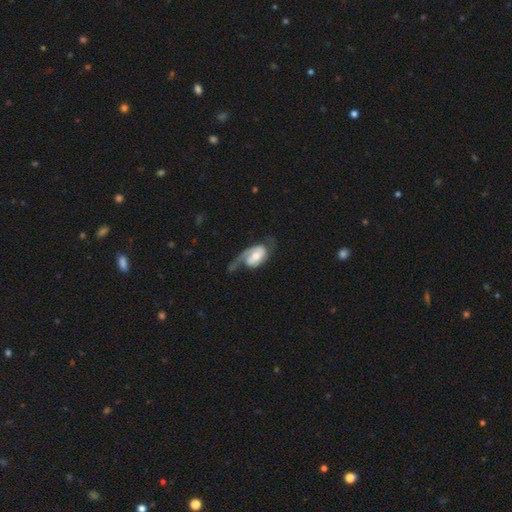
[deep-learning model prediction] featured or disk 75%, smooth 20%, star or artifact 5%. Down the decision tree: edge-on disk — no (96%); bar — no (43%); spiral arms — yes (91%); spiral arm count — 2 (54%); spiral winding — medium (40%); bulge size — moderate (51%); merging — none (40%).